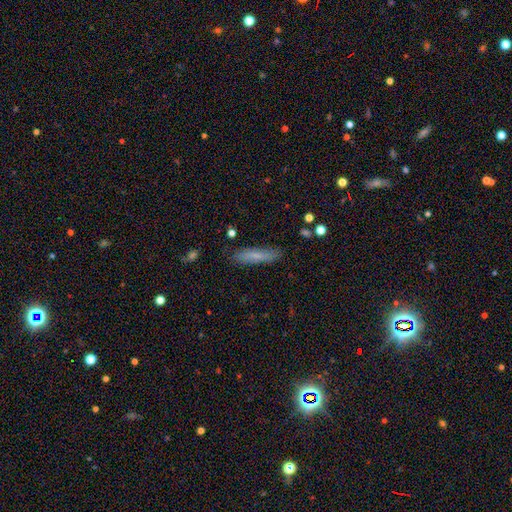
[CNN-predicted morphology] smooth_or_featured: smooth (p=0.71) [alt: featured or disk p=0.21]
how_rounded: cigar-shaped (p=0.82) [alt: in between p=0.16]
merging: none (p=0.84) [alt: minor disturbance p=0.12]